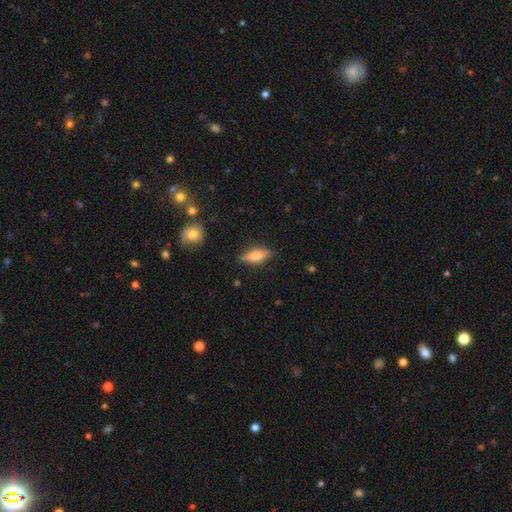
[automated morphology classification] This is likely a smooth galaxy (67%). How rounded: likely in between (65%). Merging: clearly none (80%).